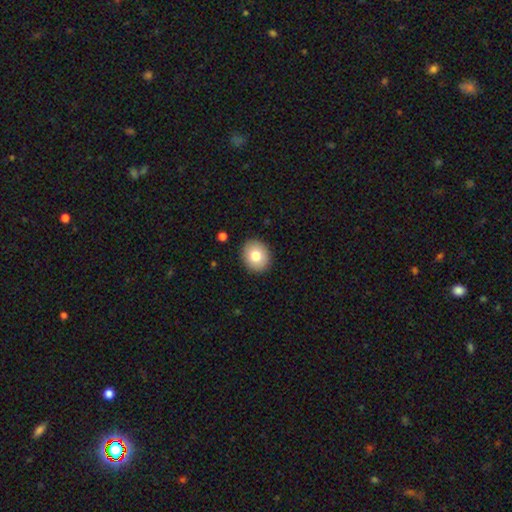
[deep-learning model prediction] Q: Smooth or featured?
A: smooth (79%); runner-up: featured or disk (12%)
Q: How rounded?
A: round (69%); runner-up: in between (30%)
Q: Merging?
A: none (91%); runner-up: minor disturbance (6%)